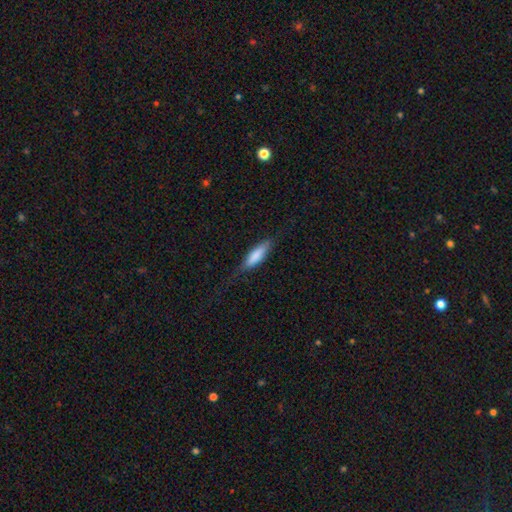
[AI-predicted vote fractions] smooth_or_featured: smooth (p=0.77) [alt: featured or disk p=0.17]
how_rounded: cigar-shaped (p=0.57) [alt: in between p=0.41]
merging: none (p=0.69) [alt: minor disturbance p=0.22]